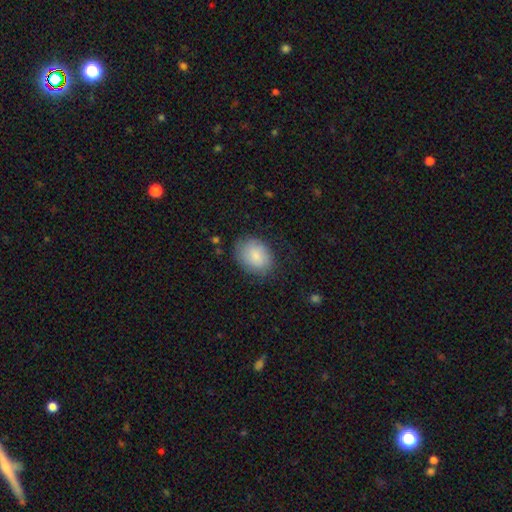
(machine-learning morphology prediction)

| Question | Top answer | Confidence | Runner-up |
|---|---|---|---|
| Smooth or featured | smooth | 82% | featured or disk (11%) |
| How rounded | in between | 64% | round (35%) |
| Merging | none | 73% | minor disturbance (19%) |